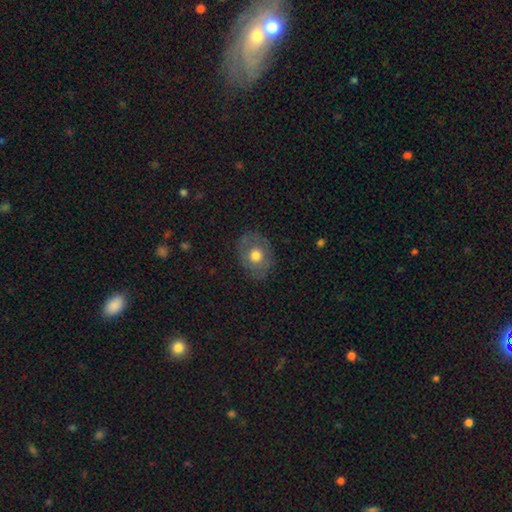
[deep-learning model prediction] A smooth galaxy with no disk features (62%) that is in between round and cigar-shaped (55%). Merging: none (80%).